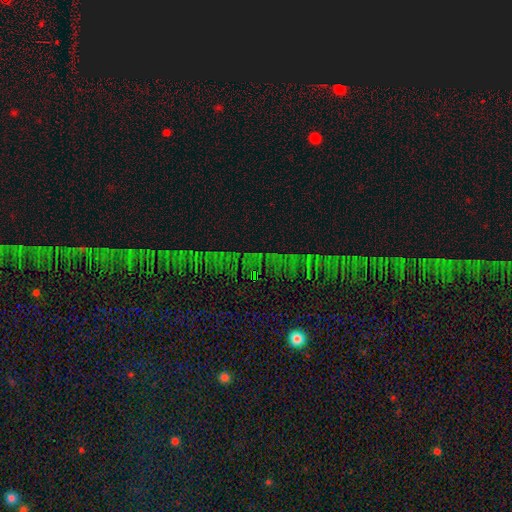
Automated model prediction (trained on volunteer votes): This appears to be a star or artifact, not a galaxy (84%).